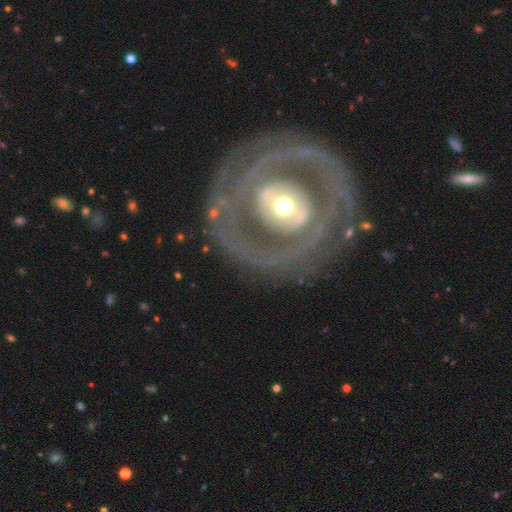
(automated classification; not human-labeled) Q: Smooth or featured?
A: featured or disk (84%); runner-up: smooth (11%)
Q: Edge-on disk?
A: no (96%); runner-up: yes (4%)
Q: Bar?
A: no (56%); runner-up: weak (24%)
Q: Spiral arms?
A: yes (73%); runner-up: no (27%)
Q: Spiral winding?
A: tight (67%); runner-up: medium (24%)
Q: Spiral arm count?
A: 2 (51%); runner-up: can't tell (23%)
Q: Bulge size?
A: moderate (55%); runner-up: small (29%)
Q: Merging?
A: none (78%); runner-up: minor disturbance (12%)